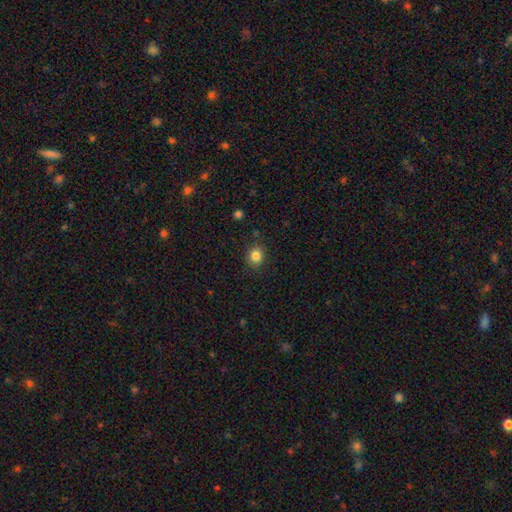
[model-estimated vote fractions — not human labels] This appears to be a smooth galaxy with no disk features (83%) that is round (74%). Merging: none (87%).